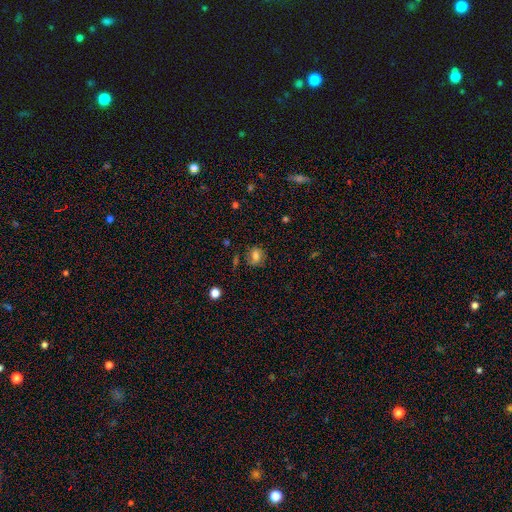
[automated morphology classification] type=smooth (69%); roundness=round (59%); merging=none (68%).